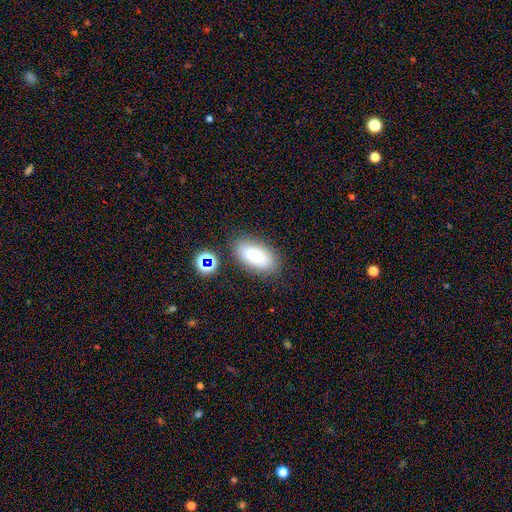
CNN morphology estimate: This is likely a smooth galaxy (71%). How rounded: clearly in between (91%). Merging: clearly none (81%).